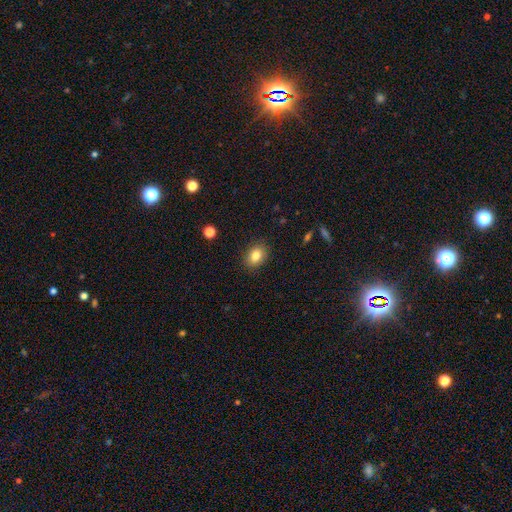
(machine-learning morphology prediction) smooth-or-featured: smooth: 83% | star or artifact: 9% | featured or disk: 8%
  how-rounded: in between: 69% | round: 30% | cigar-shaped: 1%
  merging: none: 87% | minor disturbance: 9% | major disturbance: 2% | merger: 1%